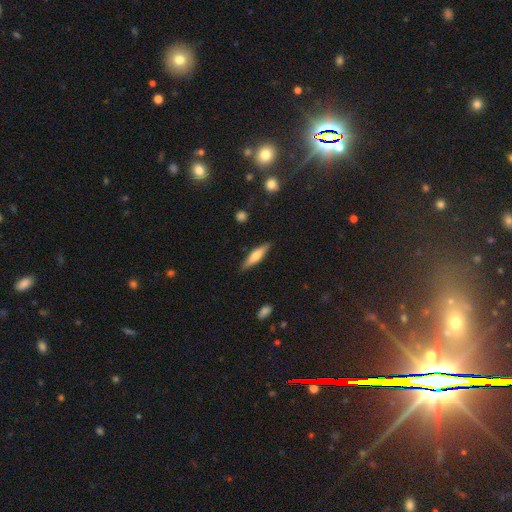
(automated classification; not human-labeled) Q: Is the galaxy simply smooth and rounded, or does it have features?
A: smooth — 55%.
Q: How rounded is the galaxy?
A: cigar-shaped — 75%.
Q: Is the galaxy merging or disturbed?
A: none — 86%.